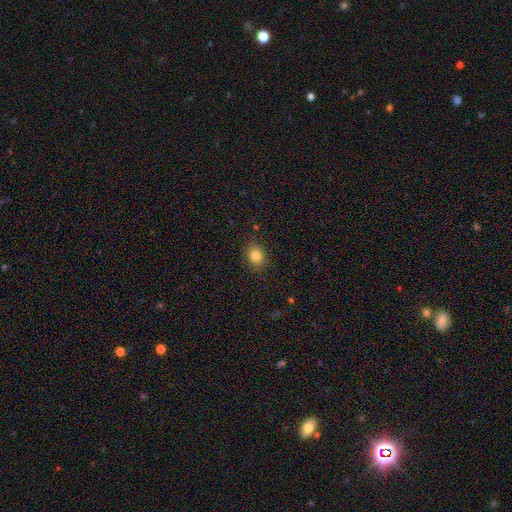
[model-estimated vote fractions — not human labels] A smooth galaxy with no disk features (81%) that is in between round and cigar-shaped (51%). Merging: none (85%).